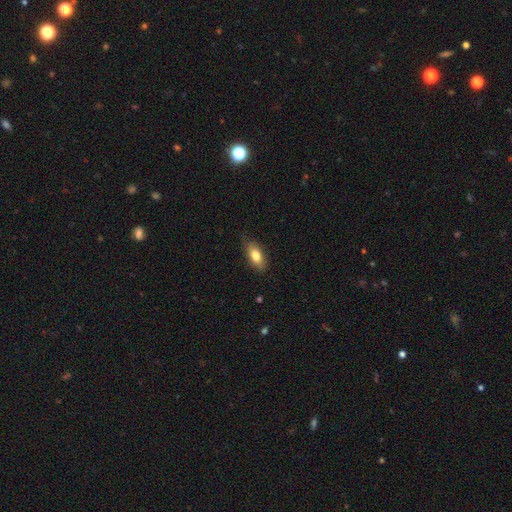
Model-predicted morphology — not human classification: Smooth or featured: smooth — 78% (featured or disk — 15%)
How rounded: in between — 85% (cigar-shaped — 11%)
Merging: none — 79% (minor disturbance — 17%)